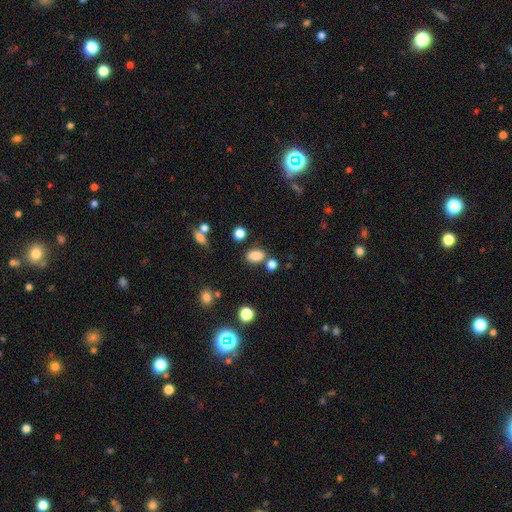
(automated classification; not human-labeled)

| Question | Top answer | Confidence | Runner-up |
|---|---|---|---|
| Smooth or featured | smooth | 83% | star or artifact (11%) |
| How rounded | in between | 84% | round (14%) |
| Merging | none | 69% | minor disturbance (13%) |